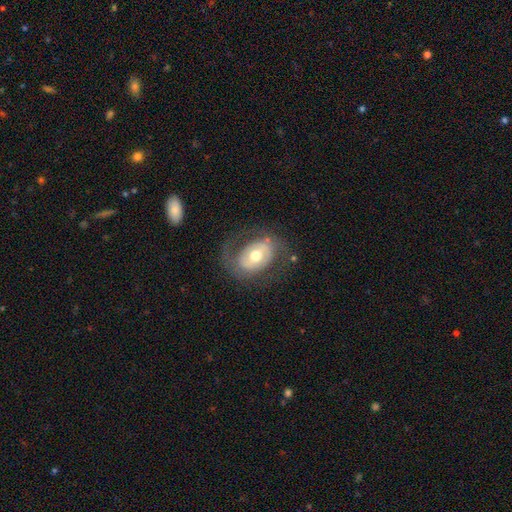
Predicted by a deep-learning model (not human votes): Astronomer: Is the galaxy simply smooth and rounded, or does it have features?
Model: featured or disk — 61%.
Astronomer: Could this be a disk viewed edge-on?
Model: no — 95%.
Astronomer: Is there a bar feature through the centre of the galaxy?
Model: no — 52% (runner-up: weak, 31%).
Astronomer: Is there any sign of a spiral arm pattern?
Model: yes — 56% (runner-up: no, 44%).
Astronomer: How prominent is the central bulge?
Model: moderate — 72%.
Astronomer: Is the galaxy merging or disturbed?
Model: none — 65%.